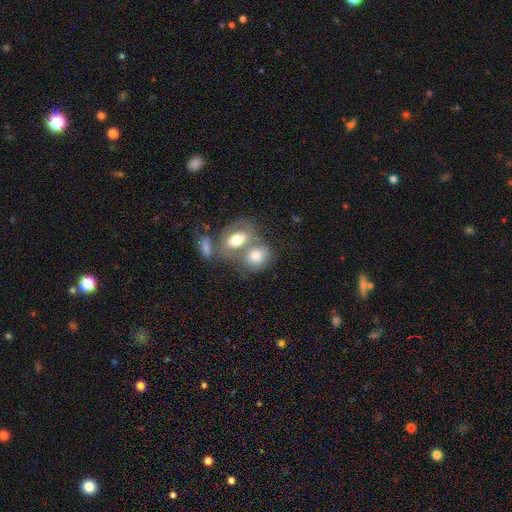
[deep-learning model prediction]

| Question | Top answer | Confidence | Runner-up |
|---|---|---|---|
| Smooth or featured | smooth | 66% | featured or disk (26%) |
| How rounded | in between | 57% | round (41%) |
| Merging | merger | 60% | none (25%) |